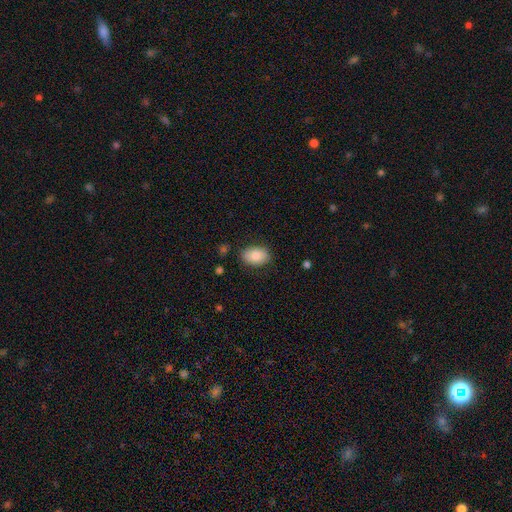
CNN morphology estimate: Smooth or featured?
  - smooth: 83% *
  - featured or disk: 10%
  - star or artifact: 7%
How rounded?
  - in between: 86% *
  - round: 13%
  - cigar-shaped: 1%
Merging?
  - none: 85% *
  - minor disturbance: 12%
  - major disturbance: 2%
  - merger: 1%